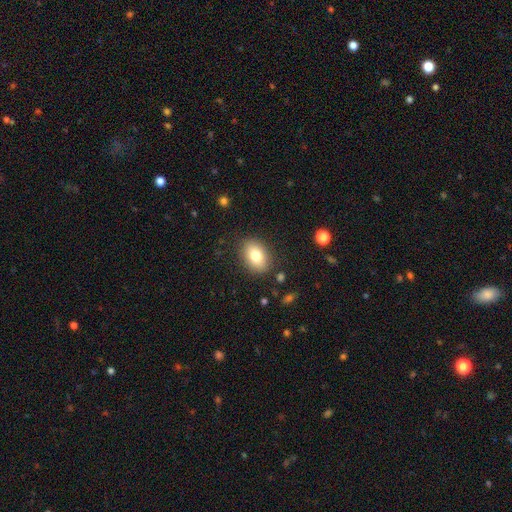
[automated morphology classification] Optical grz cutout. It shows a smooth galaxy with no disk features (79%) that is in between round and cigar-shaped (77%). Merging: none (86%).